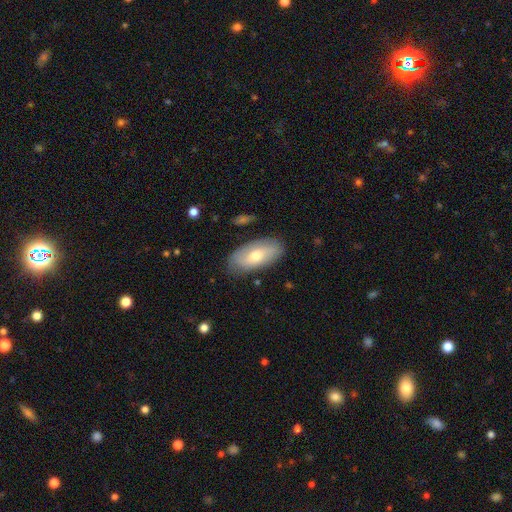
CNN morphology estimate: Q: Smooth or featured?
A: smooth (60%); runner-up: featured or disk (34%)
Q: How rounded?
A: in between (91%); runner-up: cigar-shaped (6%)
Q: Merging?
A: none (81%); runner-up: minor disturbance (14%)